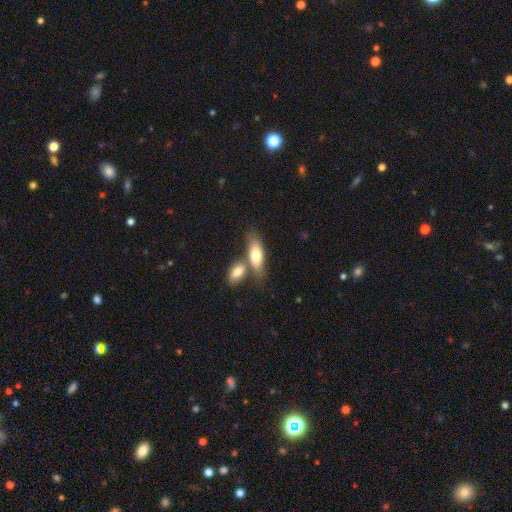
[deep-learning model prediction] This appears to be a smooth galaxy with no disk features (72%) that is in between round and cigar-shaped (74%). Merging: merger (46%).